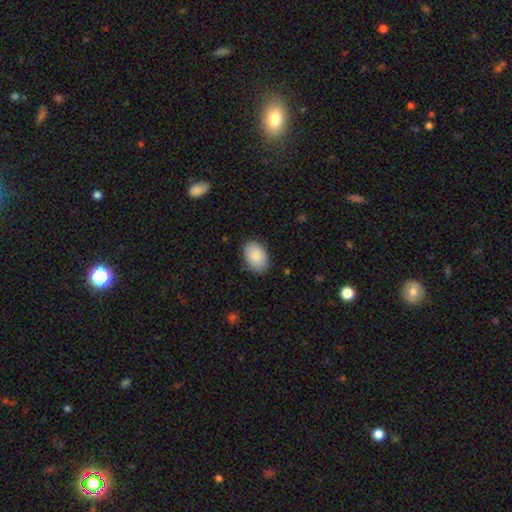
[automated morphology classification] Overall: smooth (88%). How rounded: in between (89%). Merging: none (83%).